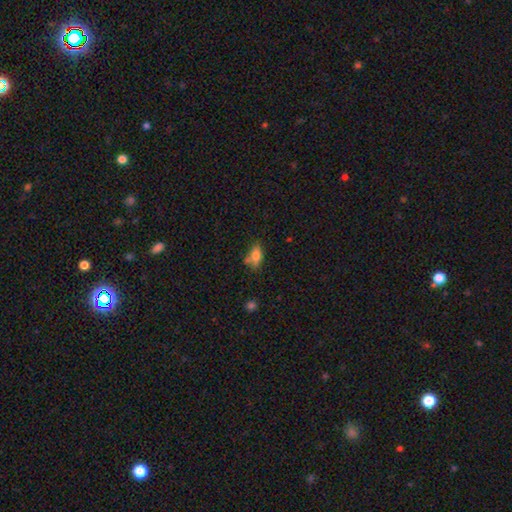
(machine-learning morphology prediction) A smooth galaxy with no disk features (71%) that is in between round and cigar-shaped (80%).

Vote fractions:
- Smooth or featured? smooth: 71% / featured or disk: 19% / star or artifact: 9%
- How rounded? in between: 80% / cigar-shaped: 15% / round: 5%
- Merging? none: 58% / minor disturbance: 22% / merger: 13% / major disturbance: 7%